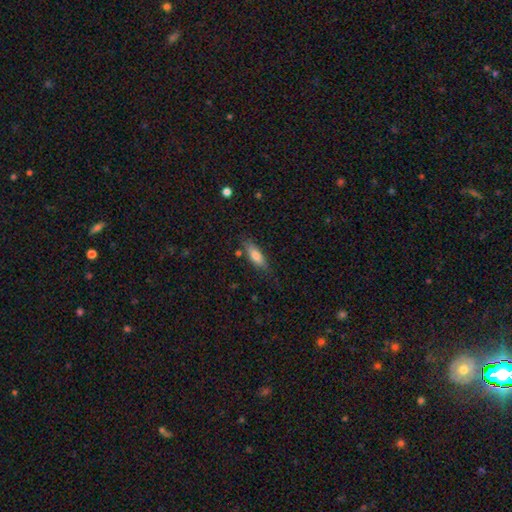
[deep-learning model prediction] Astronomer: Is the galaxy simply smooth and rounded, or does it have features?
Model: smooth — 76%.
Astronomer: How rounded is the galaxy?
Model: in between — 58% (runner-up: cigar-shaped, 40%).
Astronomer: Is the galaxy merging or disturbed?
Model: none — 76%.